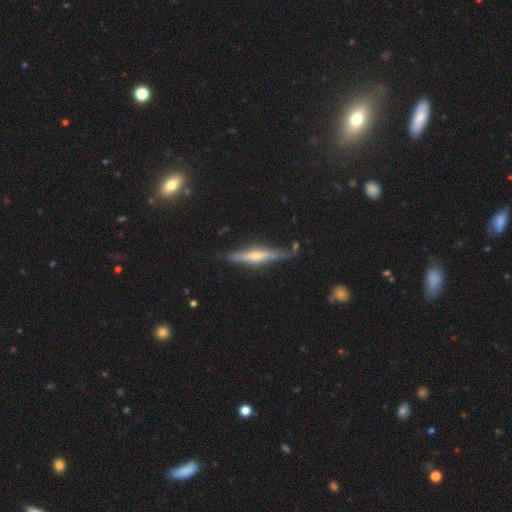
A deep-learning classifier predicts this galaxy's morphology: The model was most divided on "smooth or featured": featured or disk: 72%, smooth: 22%, star or artifact: 6%. More confident: edge-on disk — yes (95%); edge-on bulge — rounded (80%); merging — none (77%).